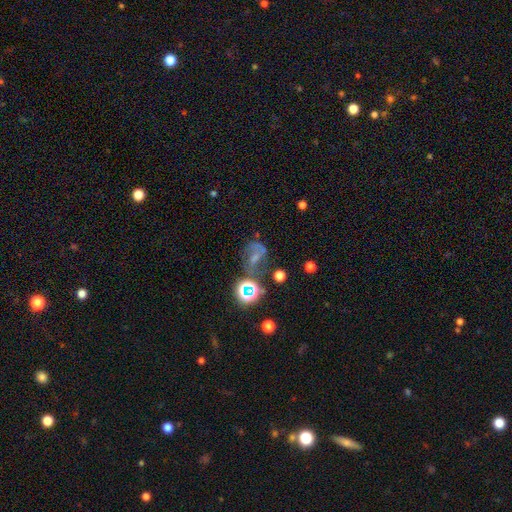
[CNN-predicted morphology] A featured or disk galaxy (41%). Merging: none (44%).